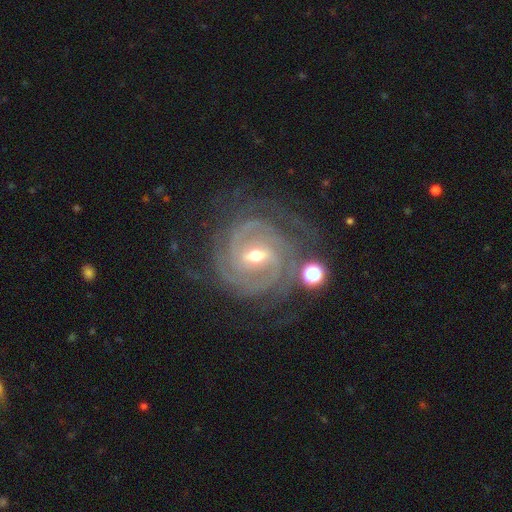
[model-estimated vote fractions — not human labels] Smooth or featured? Predicted: featured or disk (p=0.90). Edge-on disk? Predicted: no (p=0.97). Bar? Predicted: weak (p=0.50). Spiral arms? Predicted: yes (p=0.98). Spiral winding? Predicted: tight (p=0.67). Spiral arm count? Predicted: 3 (p=0.30). Bulge size? Predicted: moderate (p=0.55). Merging? Predicted: none (p=0.69).